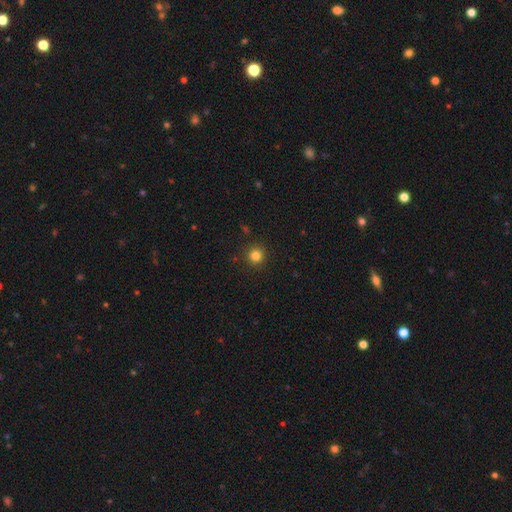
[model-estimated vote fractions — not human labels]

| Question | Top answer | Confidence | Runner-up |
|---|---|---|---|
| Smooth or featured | smooth | 82% | star or artifact (13%) |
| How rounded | round | 94% | in between (5%) |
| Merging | none | 91% | minor disturbance (6%) |